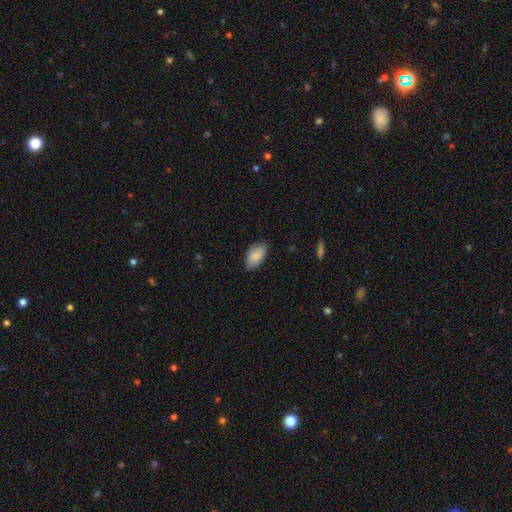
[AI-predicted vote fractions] A smooth galaxy with no disk features (88%) that is in between round and cigar-shaped (94%). Merging: none (82%).